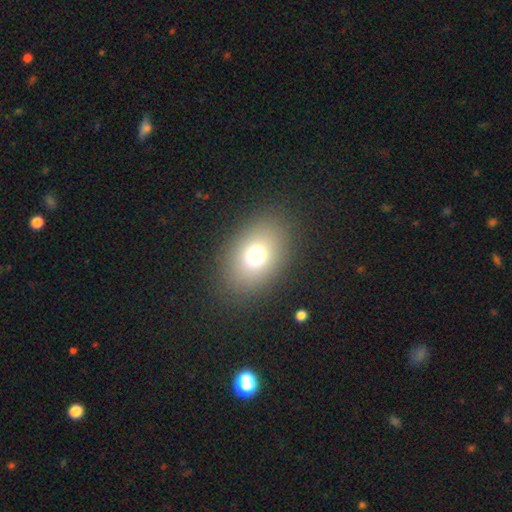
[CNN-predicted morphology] A smooth galaxy with no disk features (73%) that is in between round and cigar-shaped (72%).

Vote fractions:
- Smooth or featured? smooth: 73% / star or artifact: 14% / featured or disk: 13%
- How rounded? in between: 72% / round: 27% / cigar-shaped: 1%
- Merging? none: 86% / minor disturbance: 8% / major disturbance: 5% / merger: 1%